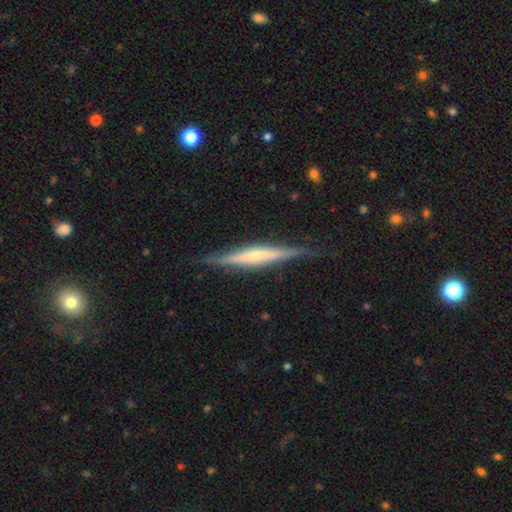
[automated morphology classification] A featured or disk galaxy (69%) viewed edge-on (97%) with a rounded central bulge (51%). Merging: none (85%).